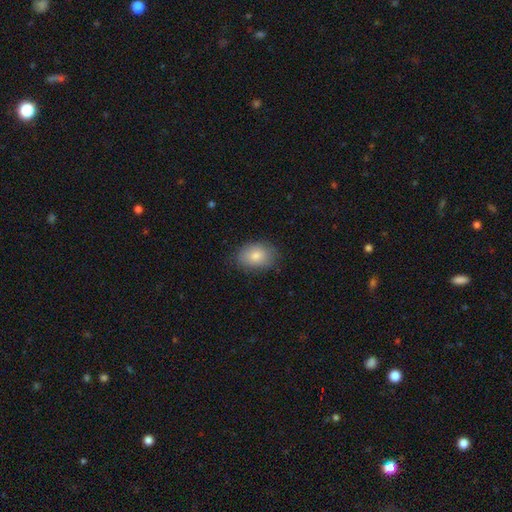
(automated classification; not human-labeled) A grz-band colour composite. It shows a smooth galaxy with no disk features (82%) that is in between round and cigar-shaped (75%). Merging: none (83%).